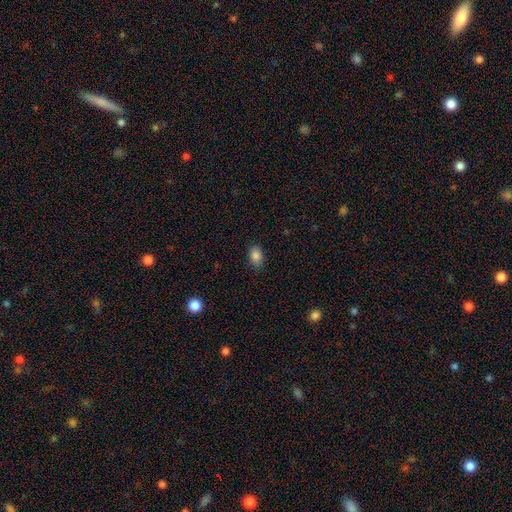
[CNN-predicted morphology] type=smooth (86%); roundness=in between (82%); merging=none (83%).